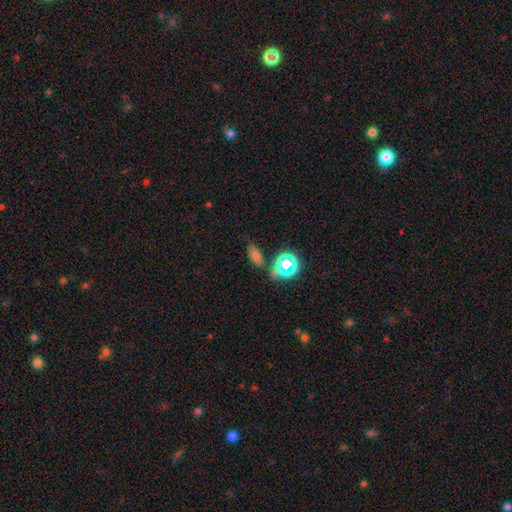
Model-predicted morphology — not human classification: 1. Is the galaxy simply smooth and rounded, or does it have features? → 62% smooth, 29% star or artifact, 9% featured or disk.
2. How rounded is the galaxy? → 82% in between, 11% round, 7% cigar-shaped.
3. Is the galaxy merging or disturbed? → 72% none, 16% minor disturbance, 7% merger, 5% major disturbance.